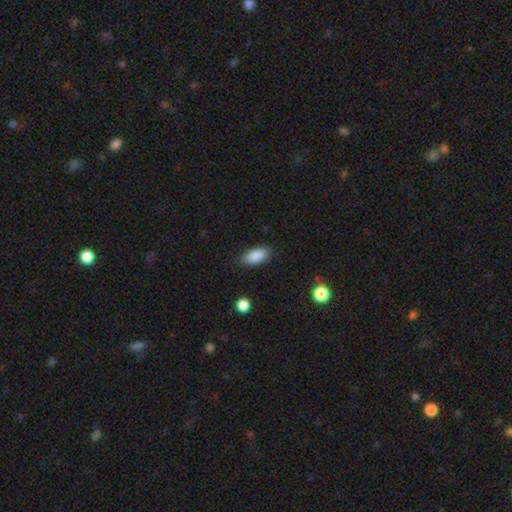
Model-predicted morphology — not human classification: smooth-or-featured: smooth: 89% | star or artifact: 7% | featured or disk: 5%
  how-rounded: in between: 89% | cigar-shaped: 8% | round: 2%
  merging: none: 84% | minor disturbance: 12% | major disturbance: 3% | merger: 1%